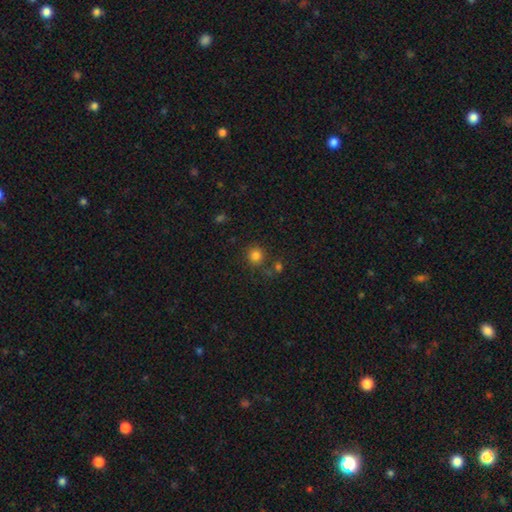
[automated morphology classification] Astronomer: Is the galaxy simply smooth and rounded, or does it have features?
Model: smooth — 82%.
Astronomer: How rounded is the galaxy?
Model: round — 92%.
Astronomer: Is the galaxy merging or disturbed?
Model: none — 80%.